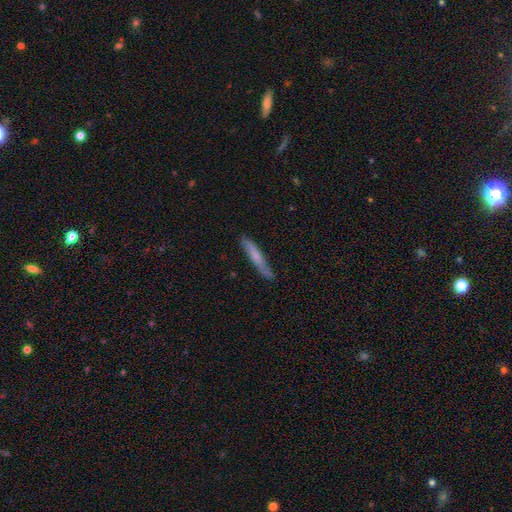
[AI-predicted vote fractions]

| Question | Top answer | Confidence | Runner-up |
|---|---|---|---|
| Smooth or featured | smooth | 61% | featured or disk (33%) |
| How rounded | cigar-shaped | 92% | in between (6%) |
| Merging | none | 79% | minor disturbance (17%) |